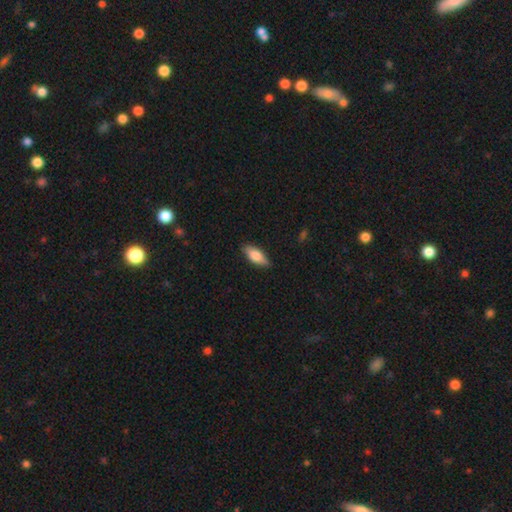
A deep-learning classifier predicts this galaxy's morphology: Smooth or featured? Predicted: smooth (p=0.76). How rounded? Predicted: in between (p=0.78). Merging? Predicted: none (p=0.86).